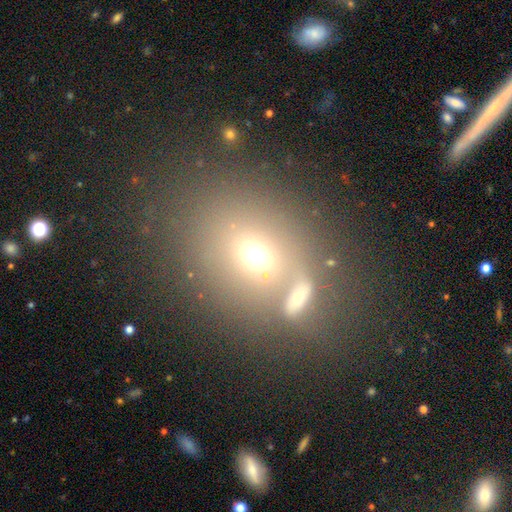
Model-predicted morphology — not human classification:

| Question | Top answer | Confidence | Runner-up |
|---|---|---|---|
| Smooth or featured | smooth | 59% | star or artifact (21%) |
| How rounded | round | 52% | in between (46%) |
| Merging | none | 47% | merger (34%) |